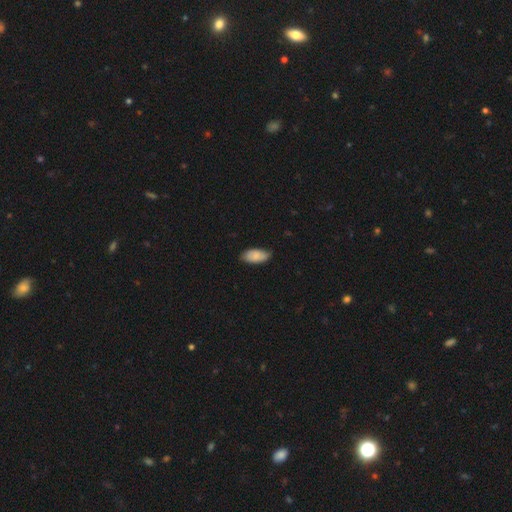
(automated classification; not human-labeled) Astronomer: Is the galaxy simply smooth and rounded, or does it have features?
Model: smooth — 82%.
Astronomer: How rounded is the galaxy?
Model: in between — 92%.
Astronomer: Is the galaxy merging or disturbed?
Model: none — 77%.